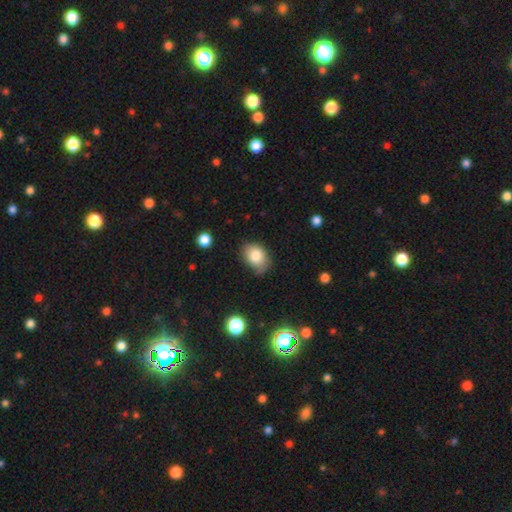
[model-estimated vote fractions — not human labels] smooth 81%, featured or disk 11%, star or artifact 9%. Down the decision tree: how rounded — in between (73%); merging — none (63%).